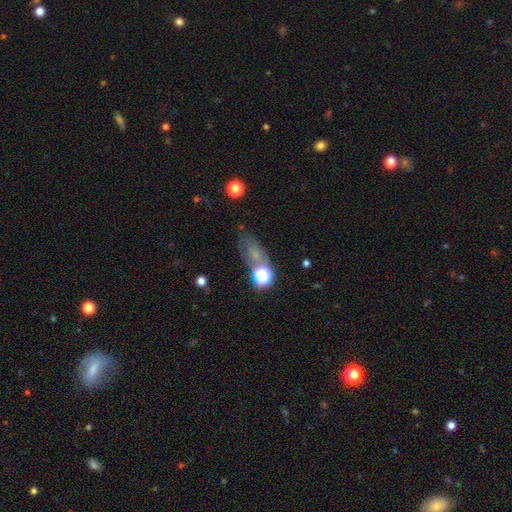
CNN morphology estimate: smooth_or_featured: smooth (p=0.46) [alt: star or artifact p=0.31]
merging: none (p=0.59) [alt: minor disturbance p=0.18]